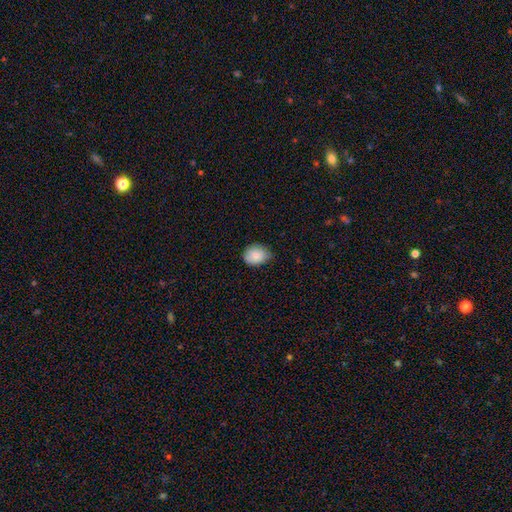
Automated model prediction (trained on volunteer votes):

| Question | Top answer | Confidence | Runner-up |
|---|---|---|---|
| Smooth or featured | smooth | 87% | star or artifact (7%) |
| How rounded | round | 50% | in between (49%) |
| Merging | none | 66% | minor disturbance (30%) |